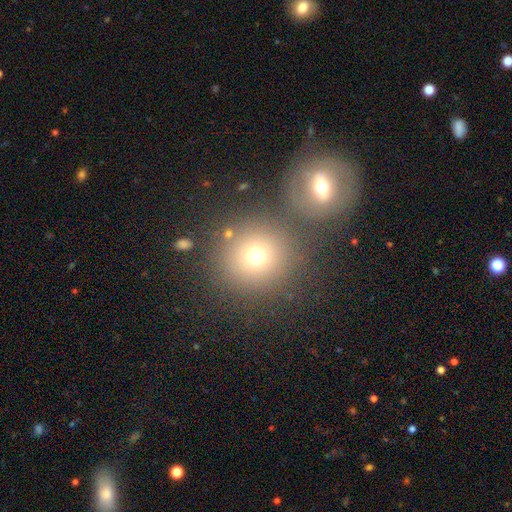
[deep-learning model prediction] smooth-or-featured: smooth: 73% | star or artifact: 15% | featured or disk: 13%
  how-rounded: round: 91% | in between: 9% | cigar-shaped: 1%
  merging: none: 66% | merger: 22% | minor disturbance: 8% | major disturbance: 4%